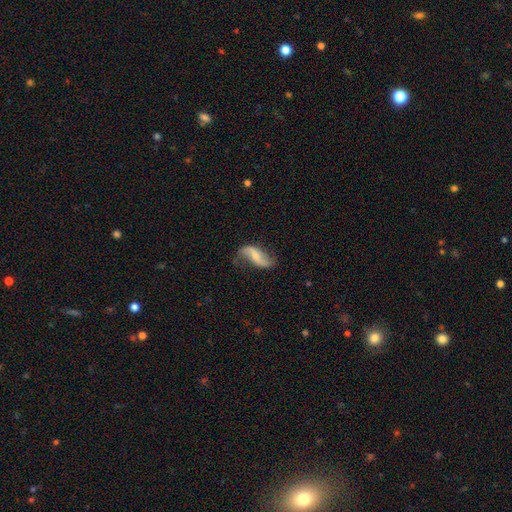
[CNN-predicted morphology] This appears to be a featured or disk galaxy (74%) with a weak bar (39%), 2 (90%) loose (85%) spiral arms (93%) and a small central bulge (50%). Merging: none (63%).